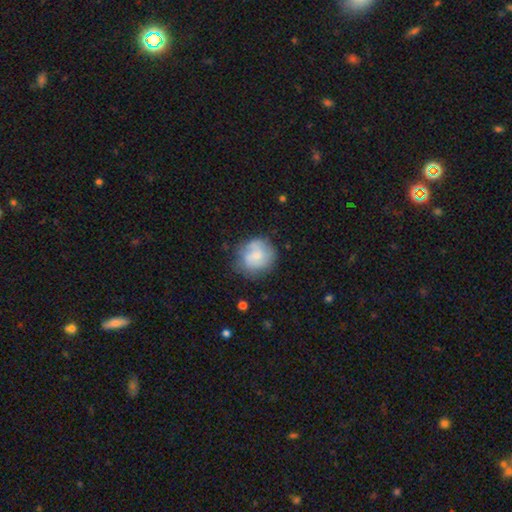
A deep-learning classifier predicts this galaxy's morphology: Smooth or featured? smooth (56%)
How rounded? round (83%)
Merging? none (63%)